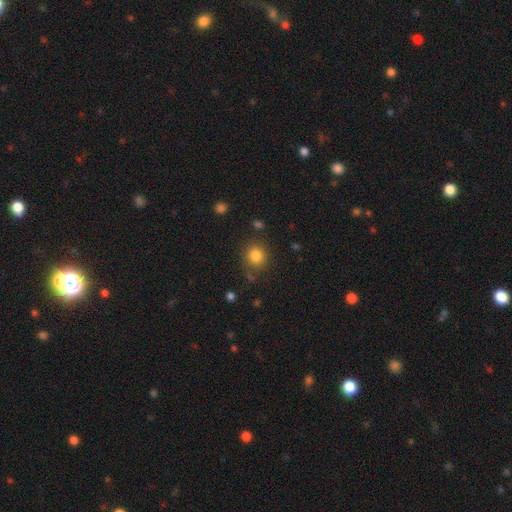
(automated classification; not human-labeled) This is clearly a smooth galaxy (83%). How rounded: clearly round (84%). Merging: clearly none (81%).